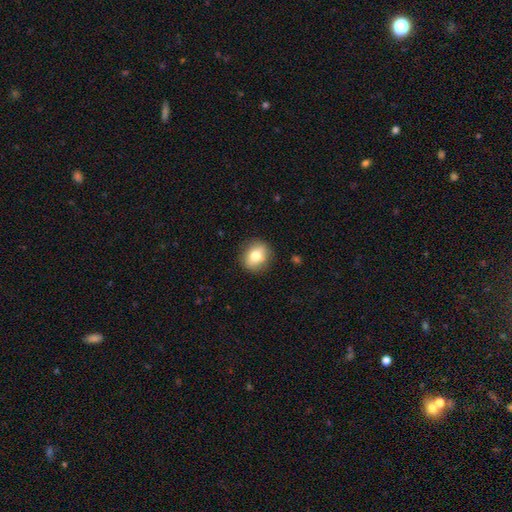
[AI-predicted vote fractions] smooth-or-featured: smooth: 75% | featured or disk: 16% | star or artifact: 9%
  how-rounded: round: 70% | in between: 29% | cigar-shaped: 1%
  merging: none: 88% | minor disturbance: 9% | major disturbance: 2% | merger: 1%